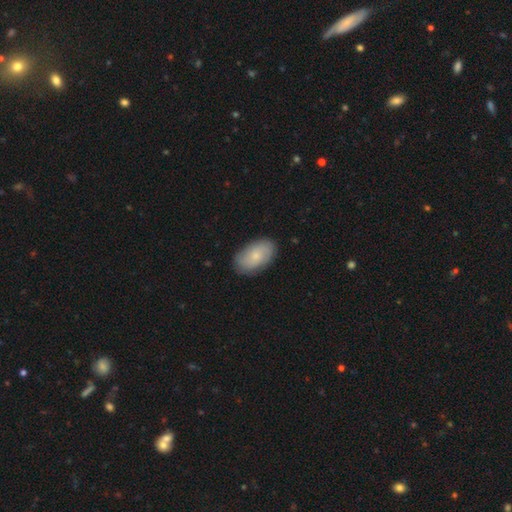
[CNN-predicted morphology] A smooth galaxy with no disk features (66%) that is in between round and cigar-shaped (93%). Merging: none (84%).